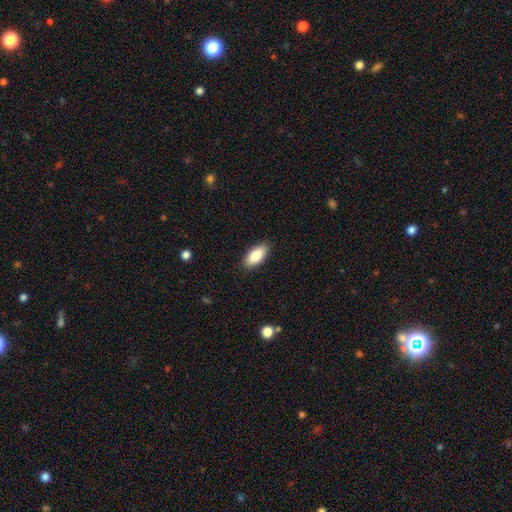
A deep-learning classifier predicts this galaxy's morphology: A smooth galaxy with no disk features (83%) that is in between round and cigar-shaped (90%). Merging: none (88%).